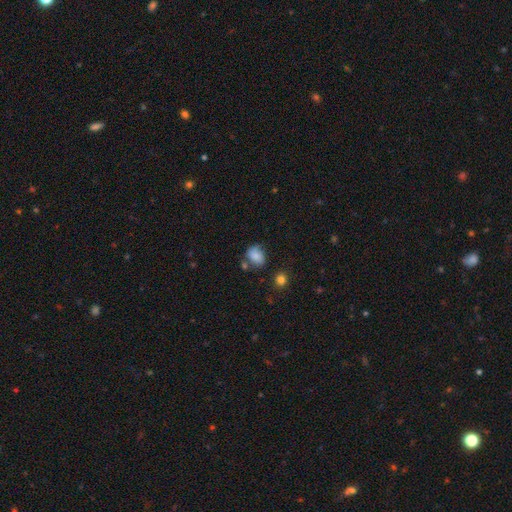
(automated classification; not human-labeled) Smooth or featured? smooth (72%)
How rounded? in between (63%)
Merging? none (47%)